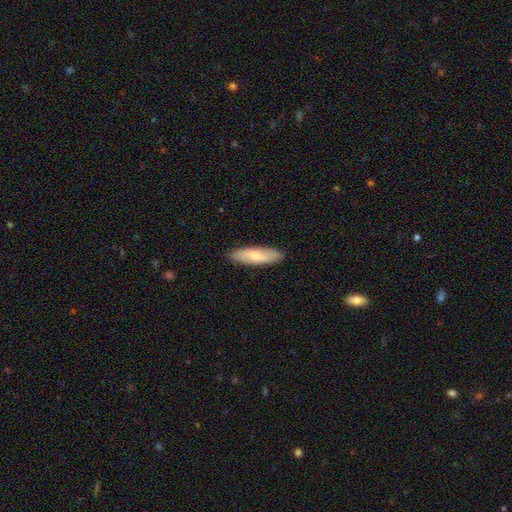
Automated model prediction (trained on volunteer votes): Overall: smooth (71%). How rounded: cigar-shaped (60%; in between 39%). Merging: none (89%).